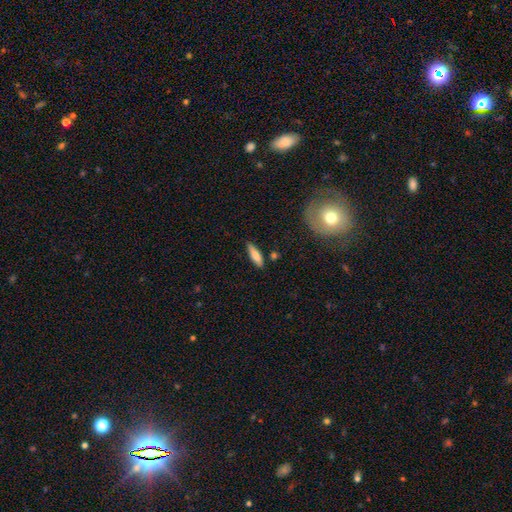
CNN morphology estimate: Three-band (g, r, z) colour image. It shows a smooth galaxy with no disk features (77%) that is cigar-shaped (63%). Merging: none (79%).